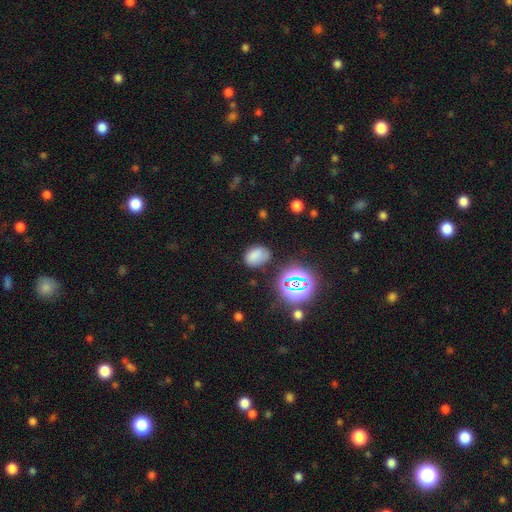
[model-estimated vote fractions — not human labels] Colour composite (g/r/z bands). It shows a smooth galaxy with no disk features (71%) that is in between round and cigar-shaped (76%). Merging: none (70%).